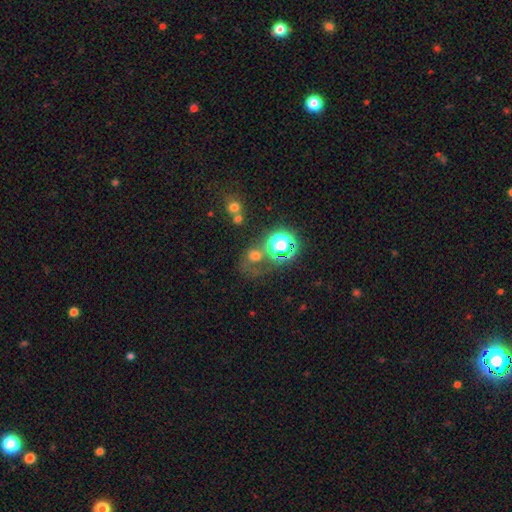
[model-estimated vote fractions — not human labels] Smooth or featured?
  - smooth: 52% *
  - star or artifact: 34%
  - featured or disk: 14%
How rounded?
  - round: 74% *
  - in between: 25%
  - cigar-shaped: 1%
Merging?
  - none: 47% *
  - merger: 20%
  - major disturbance: 19%
  - minor disturbance: 14%